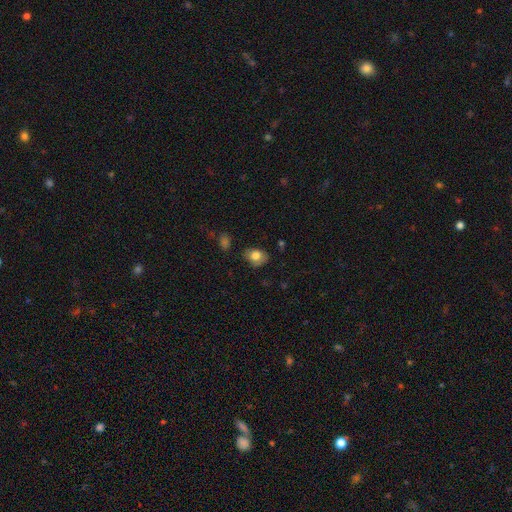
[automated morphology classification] Smooth or featured? Predicted: smooth (p=0.78). How rounded? Predicted: in between (p=0.76). Merging? Predicted: none (p=0.69).